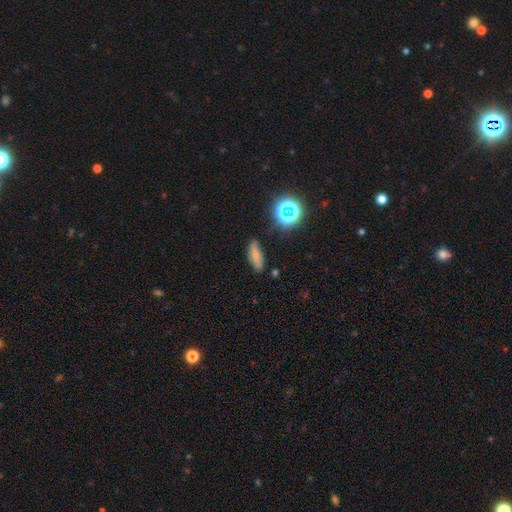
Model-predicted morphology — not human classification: Overall: smooth (64%). How rounded: in between (69%). Merging: none (69%).